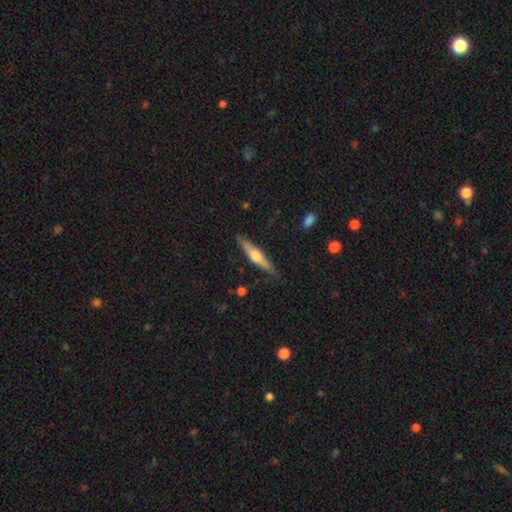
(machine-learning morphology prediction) This appears to be a featured or disk galaxy (58%) viewed edge-on (95%) with a rounded central bulge (90%). Merging: none (86%).